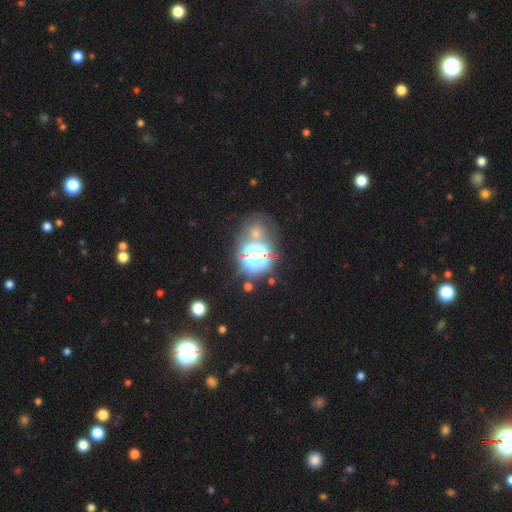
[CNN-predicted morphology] Smooth or featured?
  - star or artifact: 75% *
  - smooth: 17%
  - featured or disk: 8%